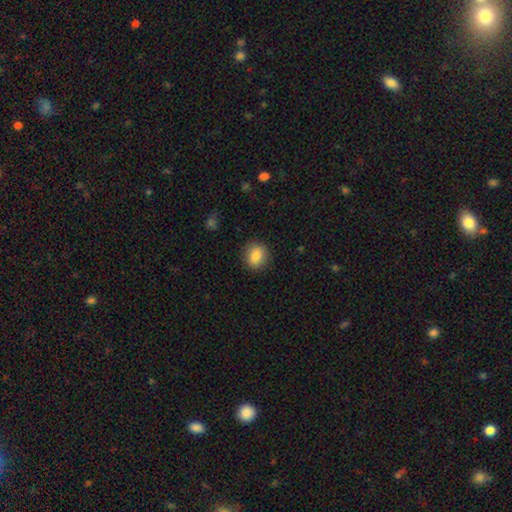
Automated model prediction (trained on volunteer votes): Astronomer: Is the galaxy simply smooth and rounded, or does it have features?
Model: smooth — 85%.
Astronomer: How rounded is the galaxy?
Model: round — 72%.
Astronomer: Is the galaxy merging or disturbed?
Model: none — 88%.